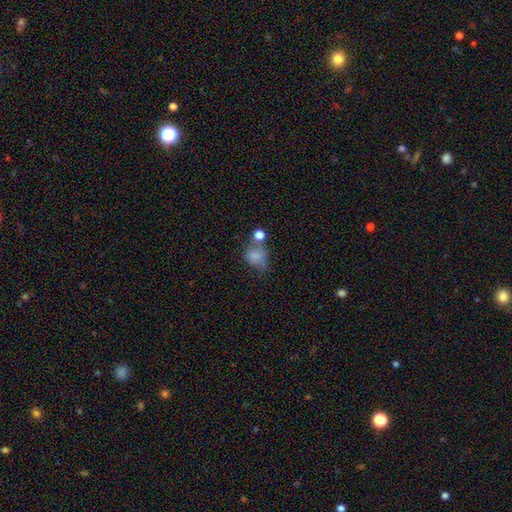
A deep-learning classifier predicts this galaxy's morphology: This is likely a smooth galaxy (73%). How rounded: possibly in between (50%). Merging: marginally none (34%).